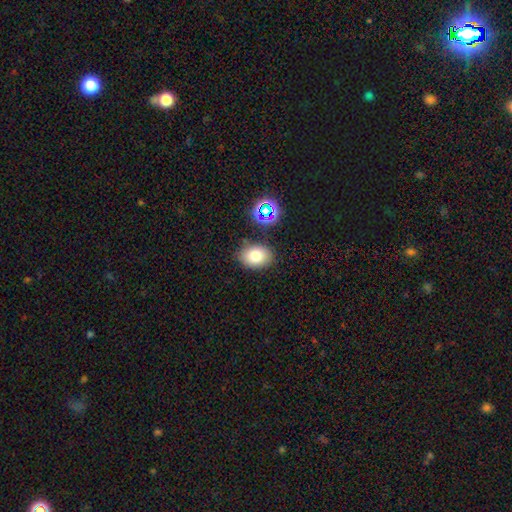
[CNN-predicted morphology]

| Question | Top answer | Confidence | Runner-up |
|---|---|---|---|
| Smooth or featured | smooth | 76% | star or artifact (13%) |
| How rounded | in between | 70% | round (29%) |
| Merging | none | 81% | minor disturbance (12%) |